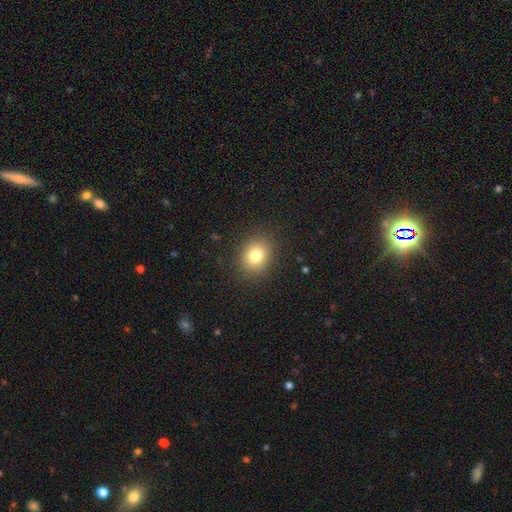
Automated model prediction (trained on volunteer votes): A smooth galaxy with no disk features (80%) that is round (58%). Merging: none (88%).